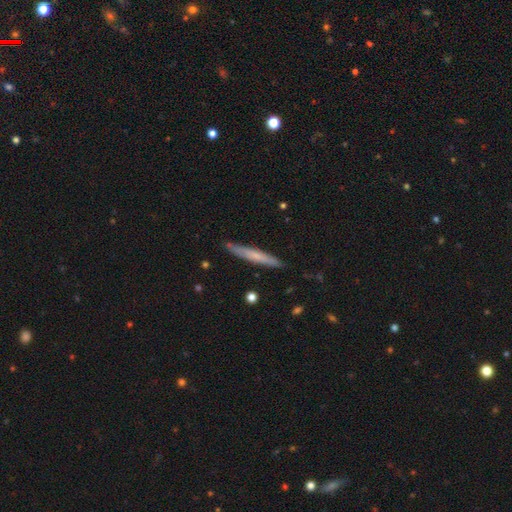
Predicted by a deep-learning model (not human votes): A smooth galaxy with no disk features (57%) that is cigar-shaped (95%). Merging: none (87%).